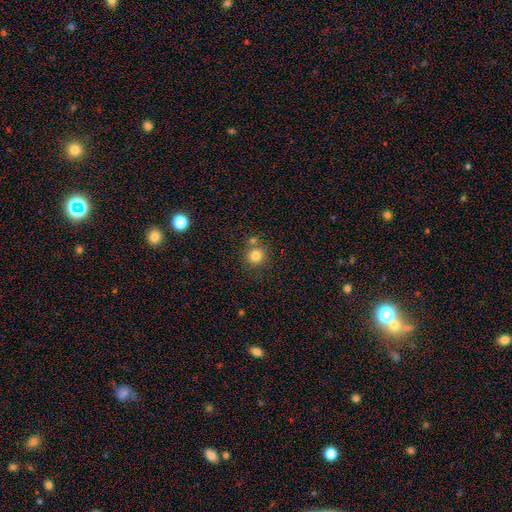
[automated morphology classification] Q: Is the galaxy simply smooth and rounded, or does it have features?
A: smooth — 81%.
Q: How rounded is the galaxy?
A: round — 91%.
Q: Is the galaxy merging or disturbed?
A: none — 71%.